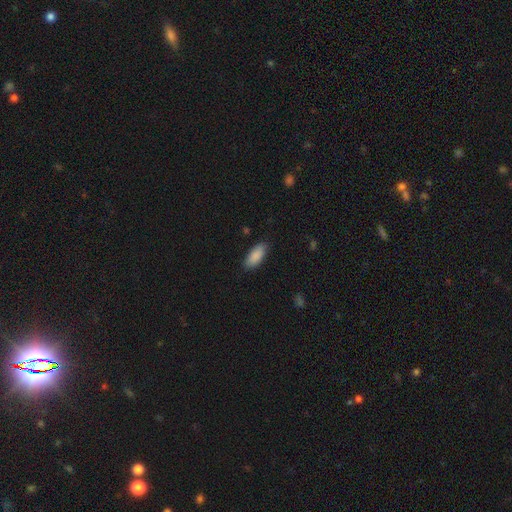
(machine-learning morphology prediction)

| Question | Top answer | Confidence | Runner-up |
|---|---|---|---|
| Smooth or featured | smooth | 89% | star or artifact (6%) |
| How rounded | in between | 84% | cigar-shaped (14%) |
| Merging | none | 85% | minor disturbance (12%) |